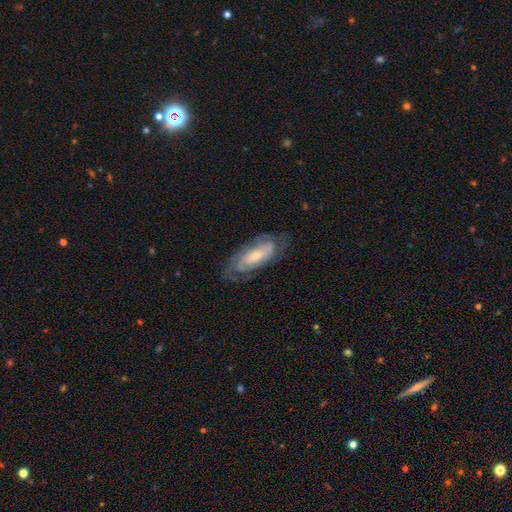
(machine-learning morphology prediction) smooth-or-featured: featured or disk: 68% | smooth: 26% | star or artifact: 6%
  disk-edge-on: no: 87% | yes: 13%
    bar: no: 59% | weak: 29% | strong: 12%
    has-spiral-arms: yes: 81% | no: 19%
    bulge-size: small: 48% | moderate: 42% | large: 6% | none: 3% | dominant: 1%
  merging: none: 67% | minor disturbance: 21% | major disturbance: 11% | merger: 1%